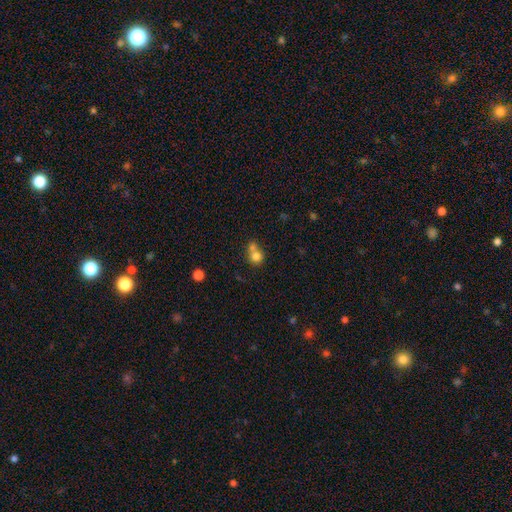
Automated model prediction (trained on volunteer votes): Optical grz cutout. It shows a smooth galaxy with no disk features (77%) that is round (82%). Merging: merger (53%).